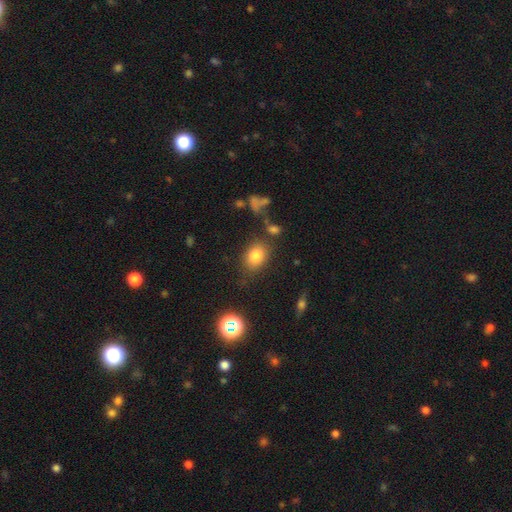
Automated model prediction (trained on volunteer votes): Smooth or featured: smooth — 80% (star or artifact — 12%)
How rounded: in between — 67% (round — 32%)
Merging: none — 75% (minor disturbance — 14%)